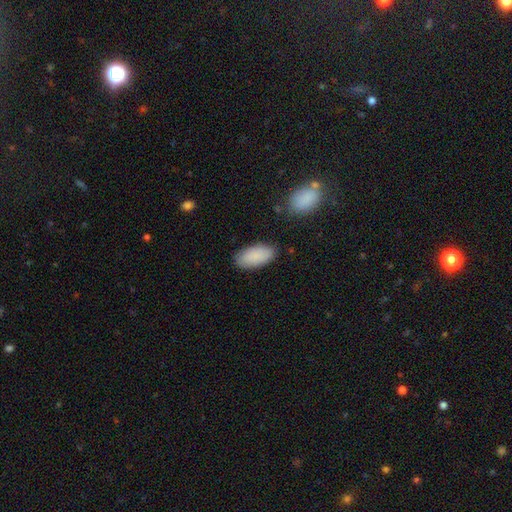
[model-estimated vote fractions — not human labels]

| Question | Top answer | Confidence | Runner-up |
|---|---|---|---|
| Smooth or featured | smooth | 88% | star or artifact (6%) |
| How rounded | in between | 94% | cigar-shaped (4%) |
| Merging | none | 84% | minor disturbance (11%) |